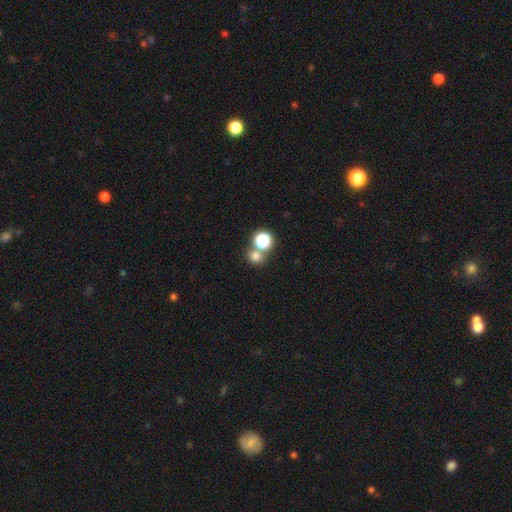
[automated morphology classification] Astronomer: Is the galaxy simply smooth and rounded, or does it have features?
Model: smooth — 72%.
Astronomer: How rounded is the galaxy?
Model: round — 81%.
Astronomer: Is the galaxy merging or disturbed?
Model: none — 58%.